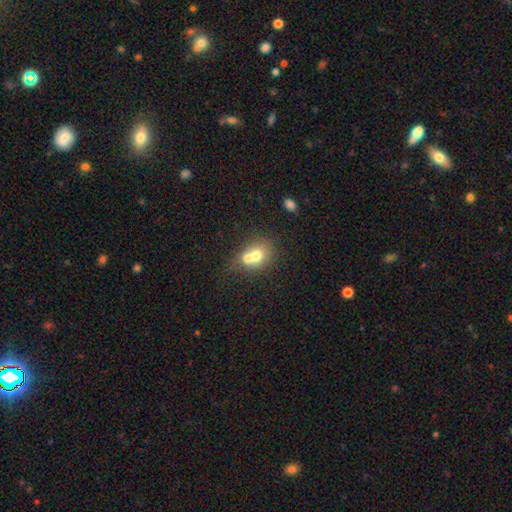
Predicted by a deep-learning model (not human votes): This is likely a smooth galaxy (66%). How rounded: possibly round (57%). Merging: likely merger (65%).